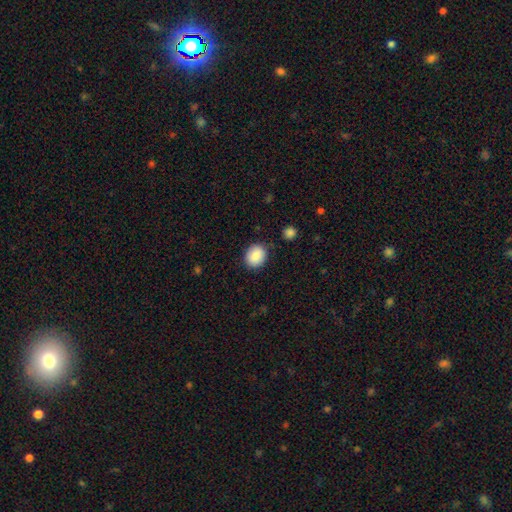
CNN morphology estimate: Smooth or featured? smooth (87%)
How rounded? round (65%)
Merging? none (85%)